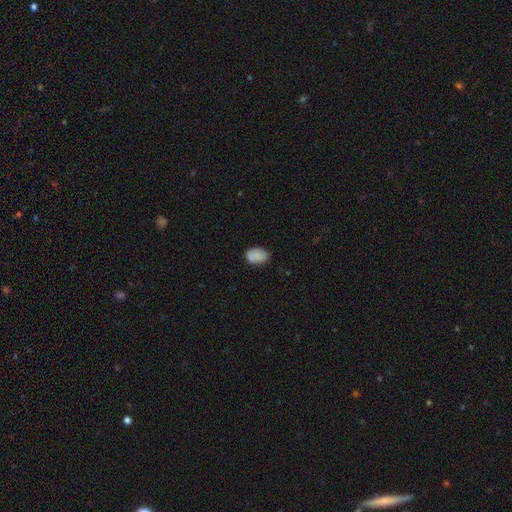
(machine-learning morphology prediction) smooth_or_featured: smooth (p=0.86) [alt: star or artifact p=0.08]
how_rounded: in between (p=0.86) [alt: round p=0.13]
merging: none (p=0.79) [alt: minor disturbance p=0.17]